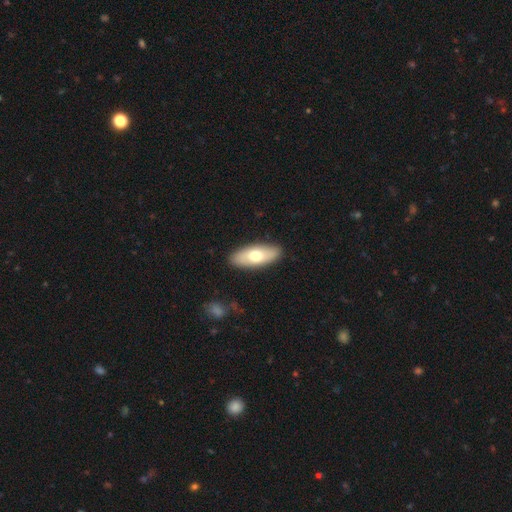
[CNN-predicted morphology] This is likely a smooth galaxy (66%). How rounded: clearly in between (81%). Merging: clearly none (89%).